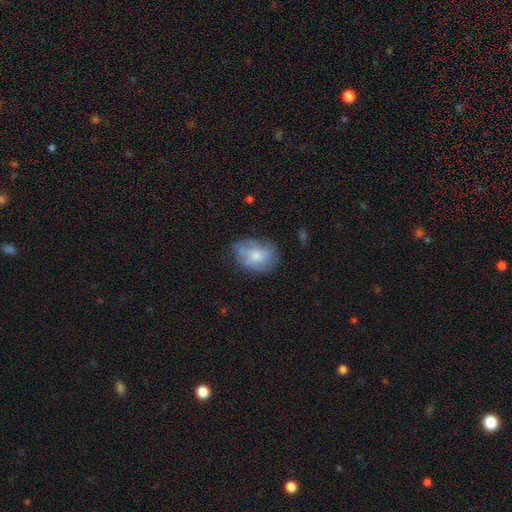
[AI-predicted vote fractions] This is likely a smooth galaxy (62%). How rounded: likely in between (74%). Merging: possibly none (54%).